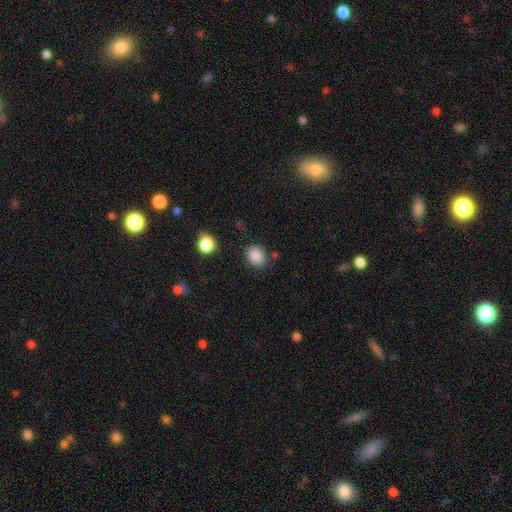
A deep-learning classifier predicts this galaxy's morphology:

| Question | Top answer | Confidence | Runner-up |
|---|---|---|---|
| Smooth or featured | smooth | 87% | star or artifact (9%) |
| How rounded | round | 57% | in between (42%) |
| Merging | none | 80% | minor disturbance (12%) |